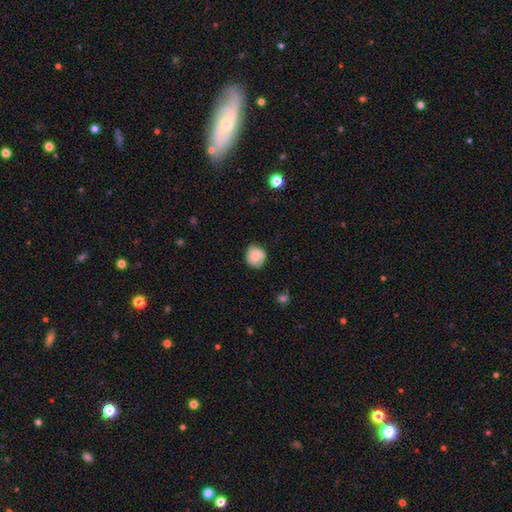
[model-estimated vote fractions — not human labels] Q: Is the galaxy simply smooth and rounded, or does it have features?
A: smooth — 74%.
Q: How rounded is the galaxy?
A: round — 82%.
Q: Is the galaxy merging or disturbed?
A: none — 74%.